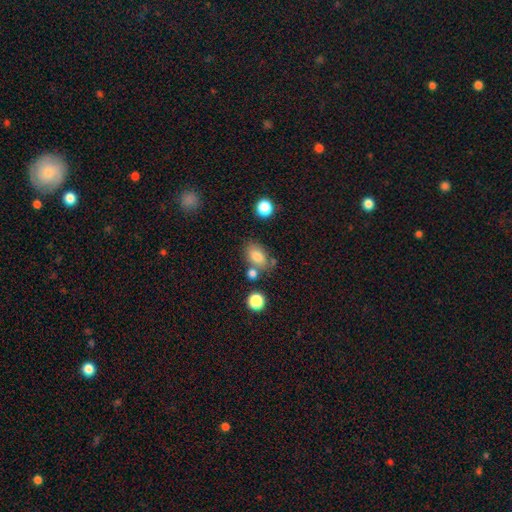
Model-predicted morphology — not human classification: Q: Smooth or featured?
A: smooth (79%); runner-up: star or artifact (11%)
Q: How rounded?
A: in between (79%); runner-up: round (19%)
Q: Merging?
A: none (67%); runner-up: minor disturbance (15%)